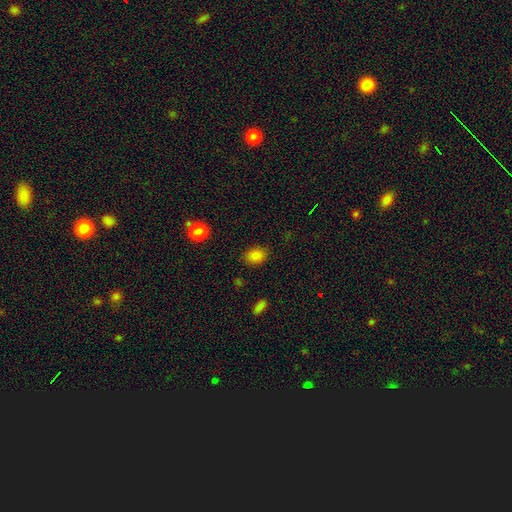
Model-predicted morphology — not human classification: Overall: smooth (85%). How rounded: in between (71%). Merging: none (85%).